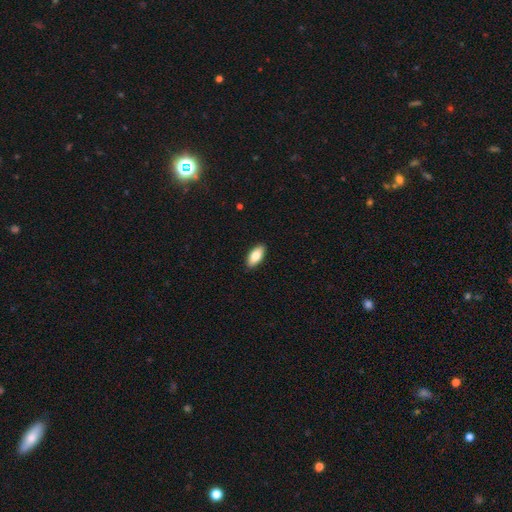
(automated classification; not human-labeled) smooth-or-featured: smooth: 80% | featured or disk: 14% | star or artifact: 6%
  how-rounded: in between: 89% | cigar-shaped: 9% | round: 2%
  merging: none: 90% | minor disturbance: 7% | major disturbance: 2% | merger: 1%